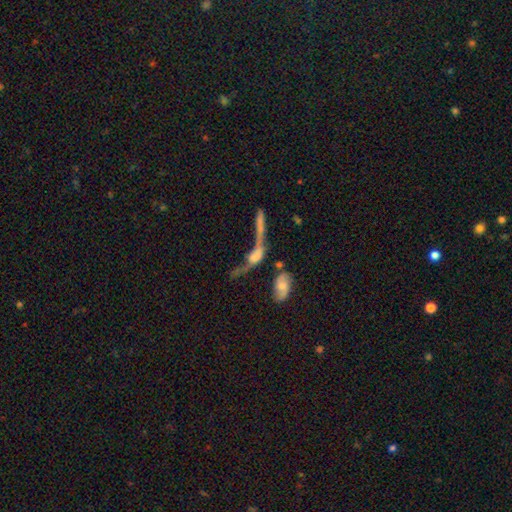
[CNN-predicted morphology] type=featured or disk (53%); edge-on=no (61%); merging=merger (52%).